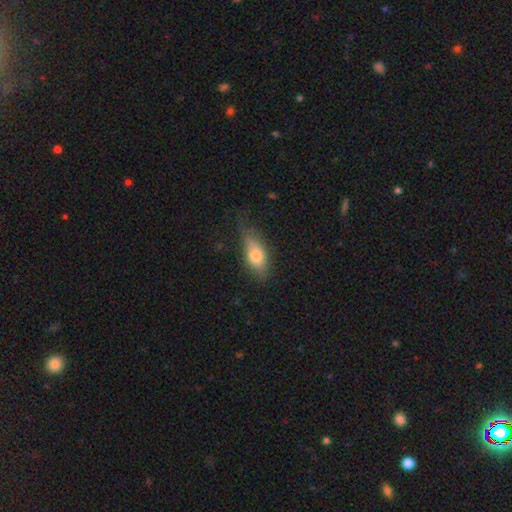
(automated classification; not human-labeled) This is likely a smooth galaxy (73%). How rounded: clearly in between (82%). Merging: possibly none (54%).